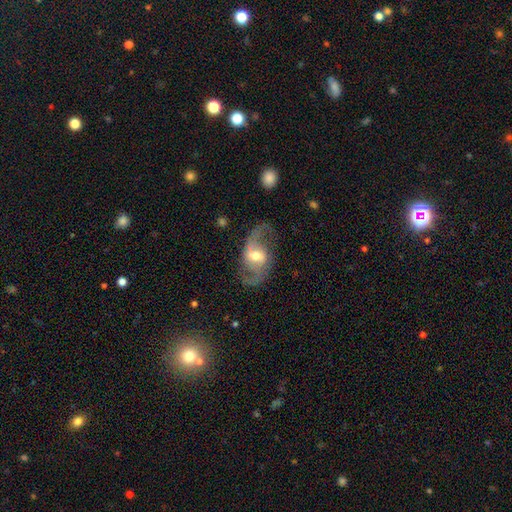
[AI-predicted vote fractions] Overall: featured or disk (86%). Edge-on disk: no (97%). Bar: weak (51%; strong 27%). Spiral arms: yes (94%). Spiral arm count: 2 (92%). Spiral winding: loose (58%; medium 35%). Bulge size: moderate (67%). Merging: none (72%).